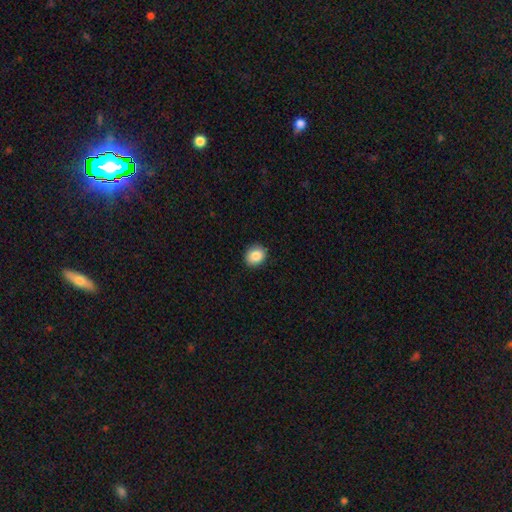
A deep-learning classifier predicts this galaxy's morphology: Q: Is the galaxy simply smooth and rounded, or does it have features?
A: smooth — 87%.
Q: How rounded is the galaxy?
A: round — 60%.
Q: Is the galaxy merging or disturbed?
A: none — 89%.